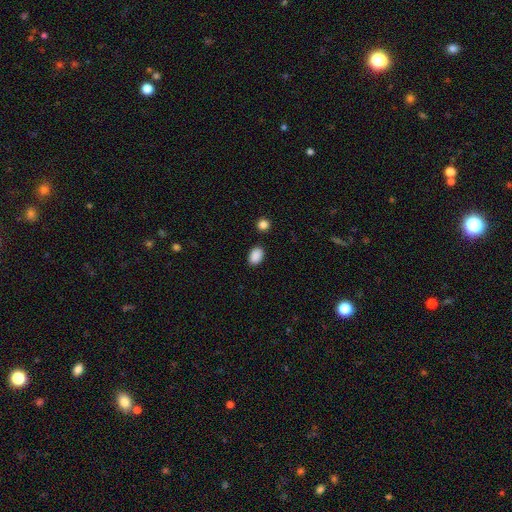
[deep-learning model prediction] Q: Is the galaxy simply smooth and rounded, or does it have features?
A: smooth — 89%.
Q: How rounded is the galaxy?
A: in between — 82%.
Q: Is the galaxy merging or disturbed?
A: none — 86%.